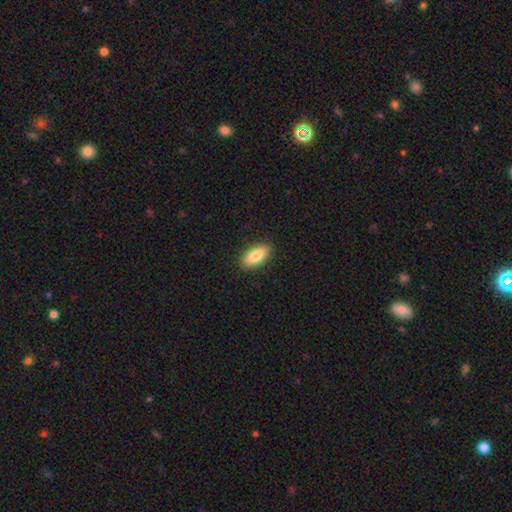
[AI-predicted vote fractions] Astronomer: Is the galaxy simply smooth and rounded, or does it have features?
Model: smooth — 84%.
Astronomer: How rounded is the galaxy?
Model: in between — 87%.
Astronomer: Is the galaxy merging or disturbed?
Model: none — 90%.